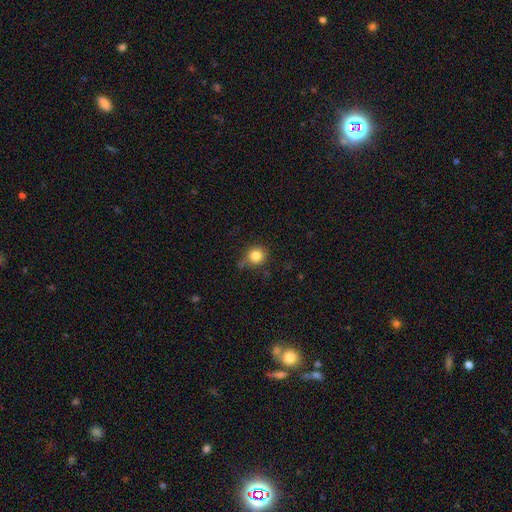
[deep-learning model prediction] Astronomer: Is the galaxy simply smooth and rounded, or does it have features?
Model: smooth — 83%.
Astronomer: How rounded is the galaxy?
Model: round — 89%.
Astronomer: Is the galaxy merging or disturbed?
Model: none — 73%.